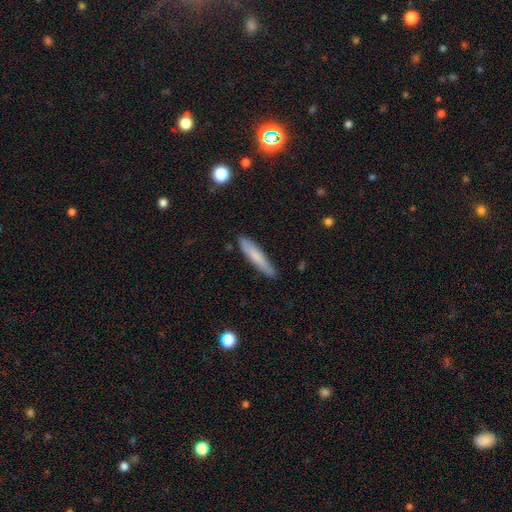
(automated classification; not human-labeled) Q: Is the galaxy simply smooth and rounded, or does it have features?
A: smooth — 75%.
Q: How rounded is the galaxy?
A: cigar-shaped — 90%.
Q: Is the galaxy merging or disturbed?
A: none — 86%.